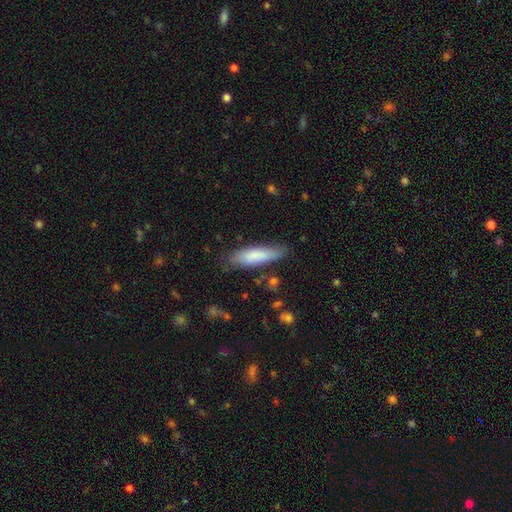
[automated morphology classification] Smooth or featured: smooth — 80% (featured or disk — 14%)
How rounded: cigar-shaped — 65% (in between — 34%)
Merging: none — 76% (minor disturbance — 18%)